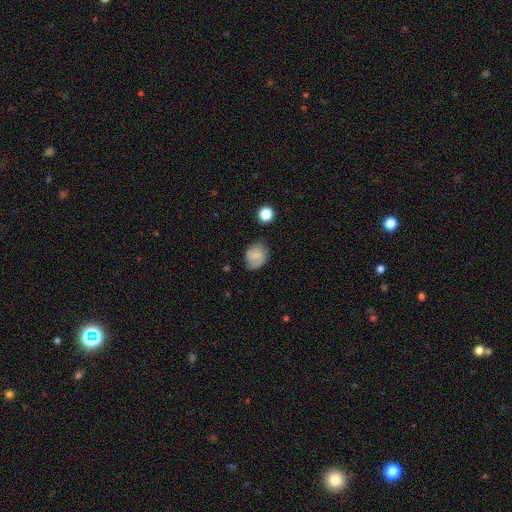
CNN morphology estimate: smooth_or_featured: smooth (p=0.70) [alt: featured or disk p=0.21]
how_rounded: round (p=0.63) [alt: in between p=0.36]
merging: none (p=0.72) [alt: minor disturbance p=0.20]